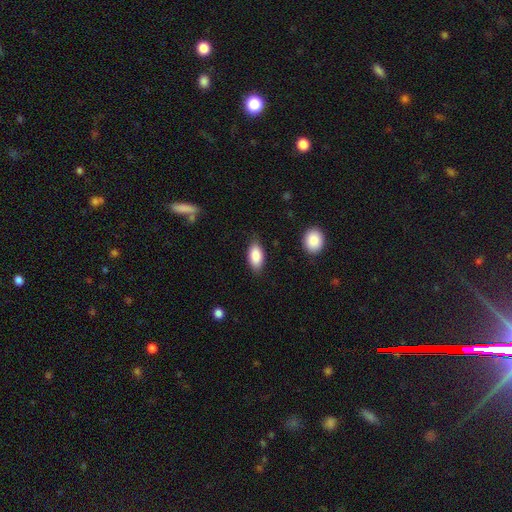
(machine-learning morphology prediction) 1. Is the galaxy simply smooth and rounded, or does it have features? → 88% smooth, 6% star or artifact, 6% featured or disk.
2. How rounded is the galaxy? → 92% in between, 5% cigar-shaped, 3% round.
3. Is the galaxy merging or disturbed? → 82% none, 13% minor disturbance, 3% major disturbance, 1% merger.